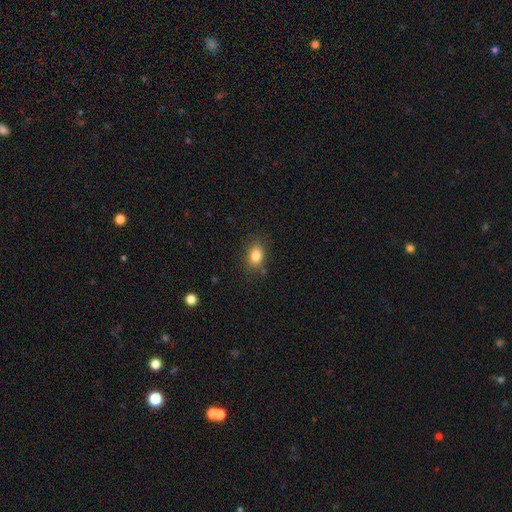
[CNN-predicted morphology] smooth 84%, star or artifact 10%, featured or disk 6%. Down the decision tree: how rounded — in between (72%); merging — none (81%).